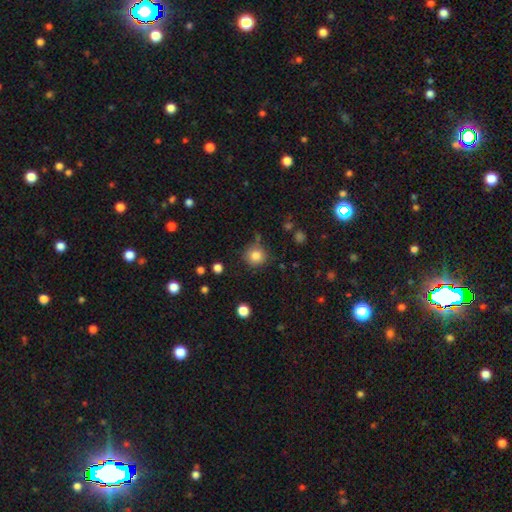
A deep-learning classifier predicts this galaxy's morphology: A smooth galaxy with no disk features (83%) that is round (91%).

Vote fractions:
- Smooth or featured? smooth: 83% / star or artifact: 11% / featured or disk: 6%
- How rounded? round: 91% / in between: 8% / cigar-shaped: 1%
- Merging? none: 78% / minor disturbance: 13% / merger: 5% / major disturbance: 4%